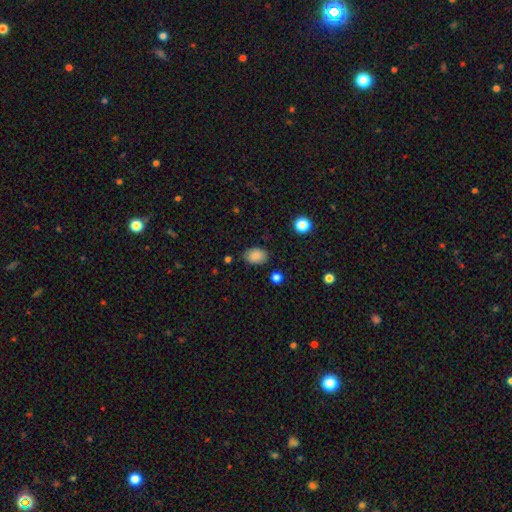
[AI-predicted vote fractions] This is clearly a smooth galaxy (86%). How rounded: likely in between (78%). Merging: clearly none (82%).